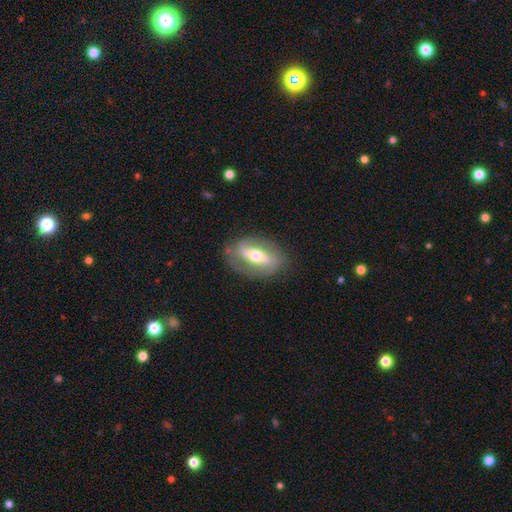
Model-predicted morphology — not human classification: Smooth or featured? featured or disk (67%)
Edge-on disk? no (87%)
Bar? strong (49%)
Spiral arms? yes (56%)
Bulge size? moderate (71%)
Merging? none (74%)